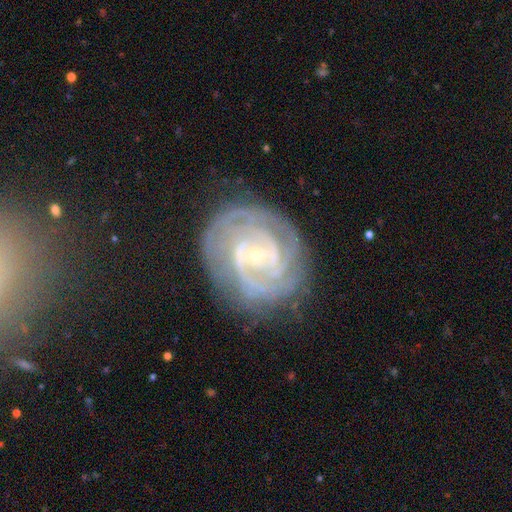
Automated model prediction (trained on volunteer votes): smooth_or_featured: featured or disk (p=0.86) [alt: smooth p=0.08]
disk_edge_on: no (p=0.97) [alt: yes p=0.03]
bar: no (p=0.48) [alt: weak p=0.38]
has_spiral_arms: yes (p=0.96) [alt: no p=0.04]
spiral_winding: tight (p=0.71) [alt: medium p=0.25]
spiral_arm_count: 2 (p=0.29) [alt: can't tell p=0.26]
bulge_size: small (p=0.82) [alt: moderate p=0.12]
merging: none (p=0.73) [alt: minor disturbance p=0.17]